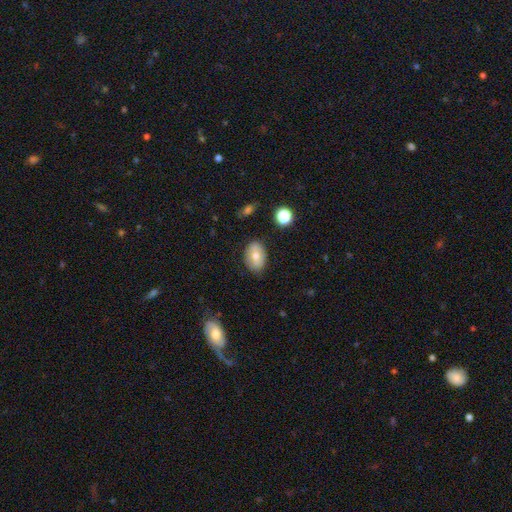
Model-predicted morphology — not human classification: smooth-or-featured: smooth: 64% | featured or disk: 27% | star or artifact: 9%
  how-rounded: in between: 81% | round: 18% | cigar-shaped: 1%
  merging: none: 82% | minor disturbance: 14% | major disturbance: 3% | merger: 2%